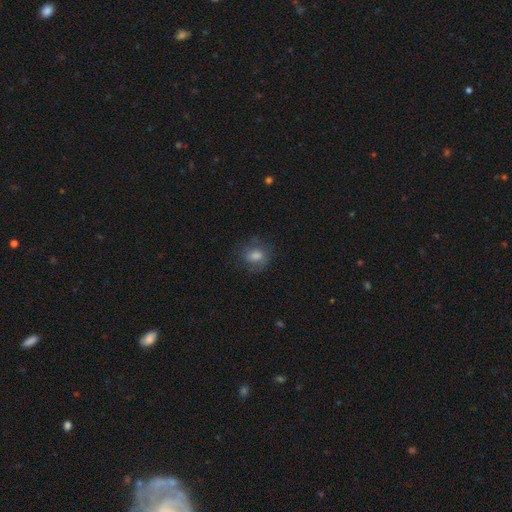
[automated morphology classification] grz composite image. It shows a smooth galaxy with no disk features (61%) that is round (52%). Merging: none (70%).